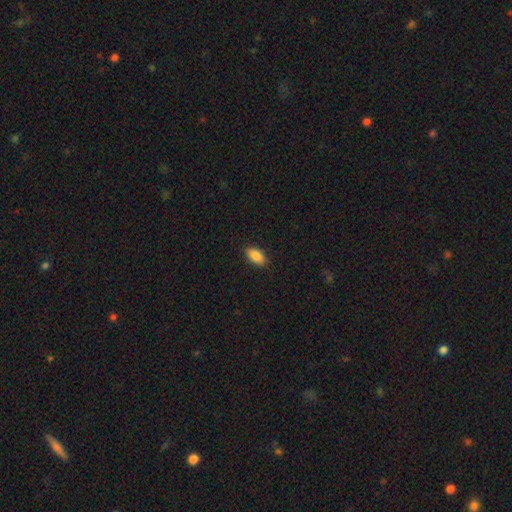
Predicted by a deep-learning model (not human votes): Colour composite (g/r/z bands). It shows a smooth galaxy with no disk features (88%) that is in between round and cigar-shaped (90%). Merging: none (89%).